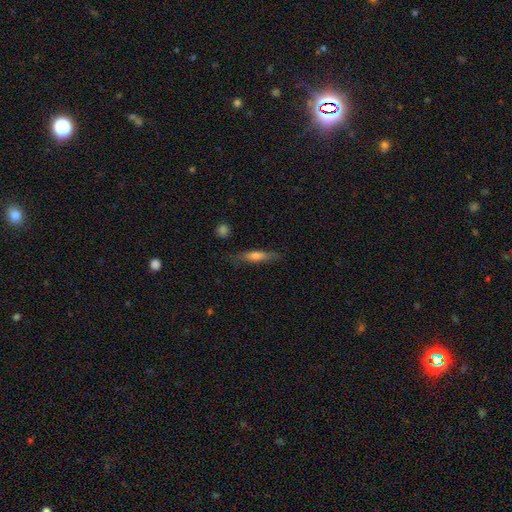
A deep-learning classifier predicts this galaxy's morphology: smooth_or_featured: smooth (p=0.51) [alt: featured or disk p=0.42]
how_rounded: cigar-shaped (p=0.87) [alt: in between p=0.11]
merging: none (p=0.81) [alt: minor disturbance p=0.14]